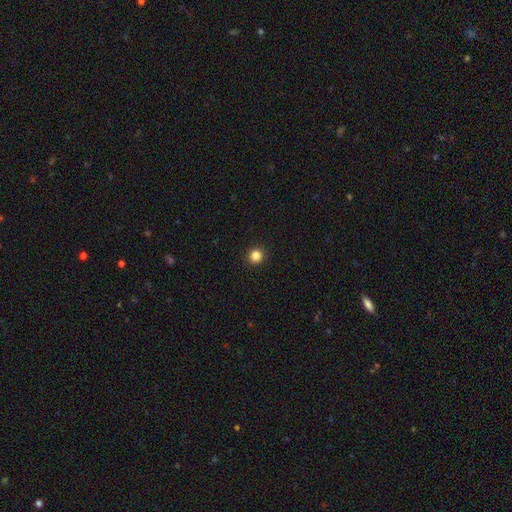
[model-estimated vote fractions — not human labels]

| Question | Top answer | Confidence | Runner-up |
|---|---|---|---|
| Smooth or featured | smooth | 85% | star or artifact (12%) |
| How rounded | round | 93% | in between (6%) |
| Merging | none | 93% | minor disturbance (4%) |